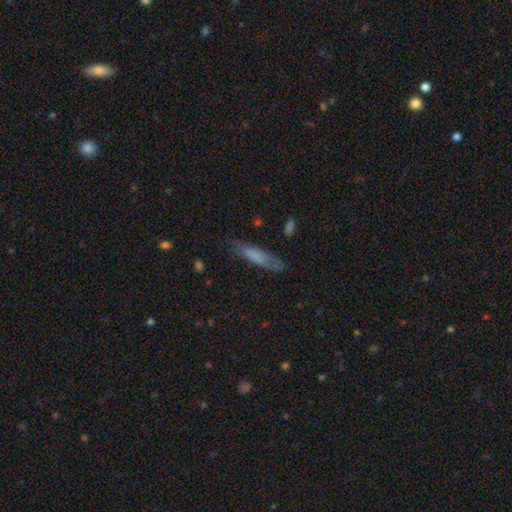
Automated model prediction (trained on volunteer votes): Overall: smooth (65%; featured or disk 27%). How rounded: cigar-shaped (74%). Merging: none (71%).